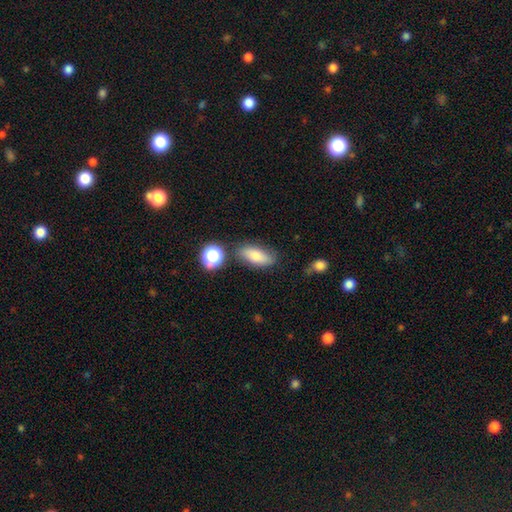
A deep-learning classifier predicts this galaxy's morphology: smooth_or_featured: smooth (p=0.75) [alt: featured or disk p=0.15]
how_rounded: in between (p=0.78) [alt: cigar-shaped p=0.16]
merging: none (p=0.75) [alt: minor disturbance p=0.15]